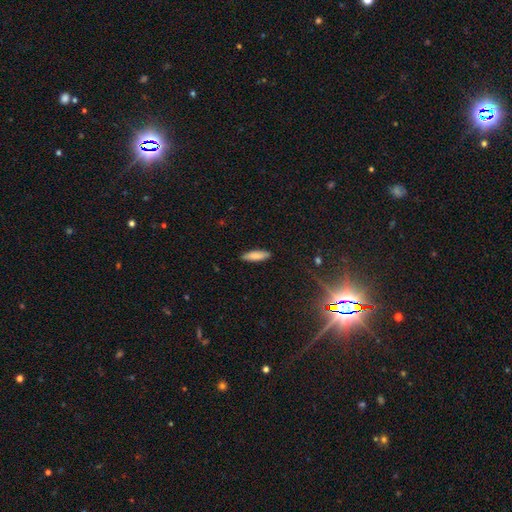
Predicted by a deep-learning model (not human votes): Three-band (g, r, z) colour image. It shows a smooth galaxy with no disk features (84%) that is cigar-shaped (56%). Merging: none (88%).